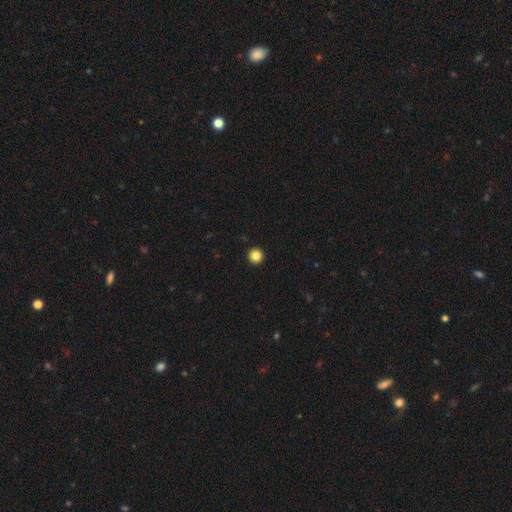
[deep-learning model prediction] Morphology: type=smooth (85%); roundness=round (96%); merging=none (94%).